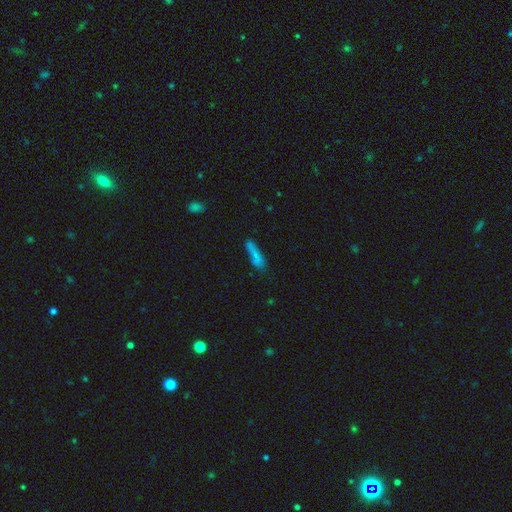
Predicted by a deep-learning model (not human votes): Smooth or featured? smooth (72%)
How rounded? cigar-shaped (71%)
Merging? none (60%)